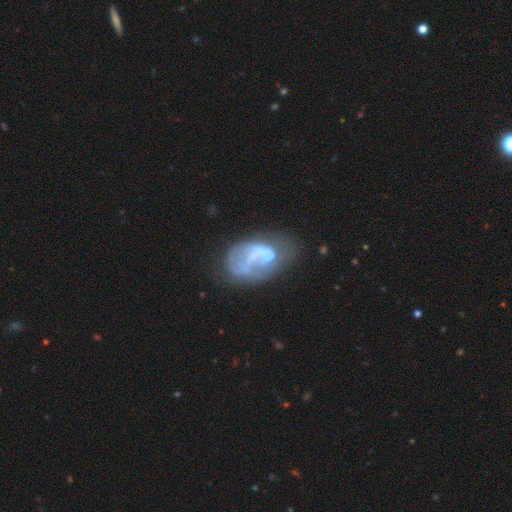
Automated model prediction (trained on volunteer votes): Smooth or featured? featured or disk (61%)
Edge-on disk? no (97%)
Bar? no (60%)
Spiral arms? no (58%)
Bulge size? none (60%)
Merging? none (39%)